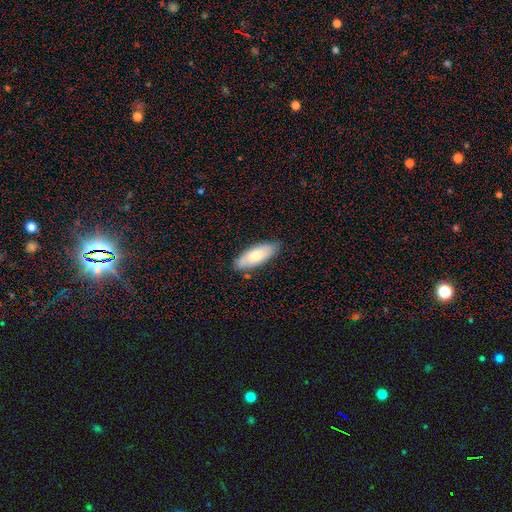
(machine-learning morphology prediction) type=smooth (71%); roundness=in between (74%); merging=none (83%).